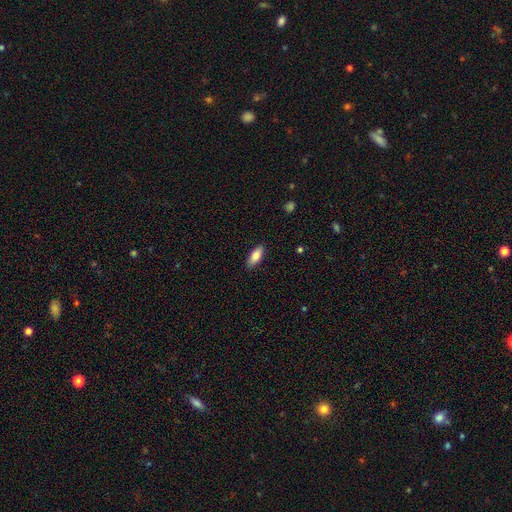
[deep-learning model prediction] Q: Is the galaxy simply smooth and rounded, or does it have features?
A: smooth — 84%.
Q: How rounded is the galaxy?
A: in between — 83%.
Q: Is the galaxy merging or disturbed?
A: none — 88%.